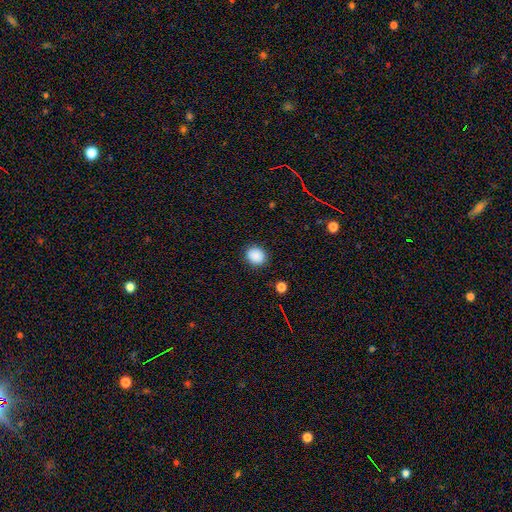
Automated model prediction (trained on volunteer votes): Smooth or featured? smooth (88%)
How rounded? round (73%)
Merging? none (89%)